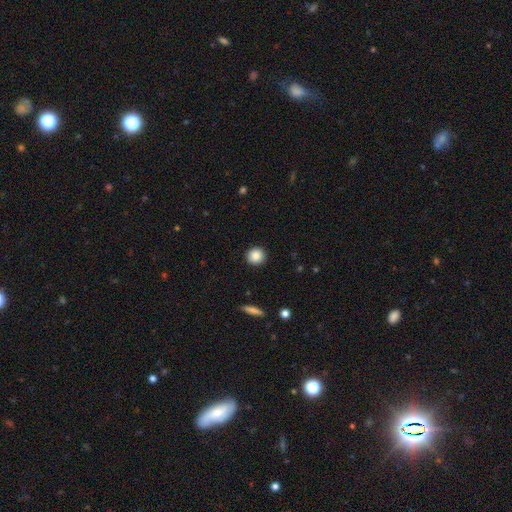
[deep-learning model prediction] Q: Smooth or featured?
A: smooth (86%); runner-up: star or artifact (9%)
Q: How rounded?
A: round (92%); runner-up: in between (6%)
Q: Merging?
A: none (92%); runner-up: minor disturbance (5%)